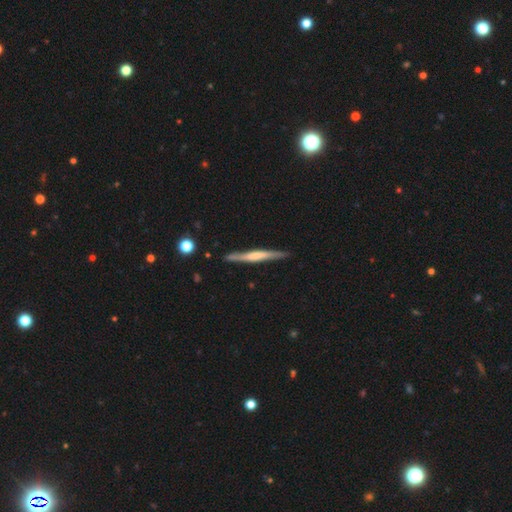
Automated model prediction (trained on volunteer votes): The model was most divided on "edge-on bulge": none: 36%, boxy: 33%, rounded: 31%. More confident: edge-on disk — yes (95%); merging — none (86%); smooth or featured — featured or disk (58%).